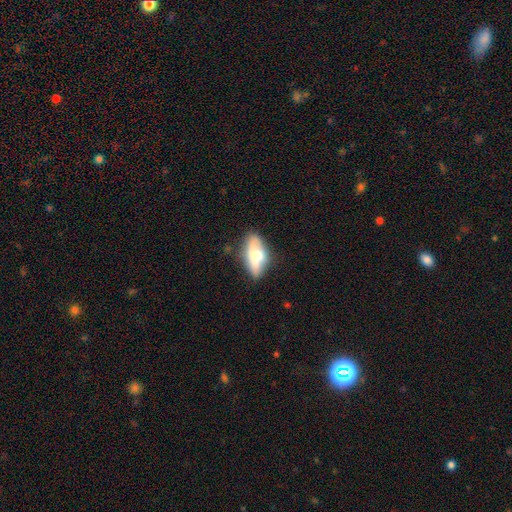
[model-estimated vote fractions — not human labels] Smooth or featured? smooth (55%)
How rounded? in between (78%)
Merging? none (54%)